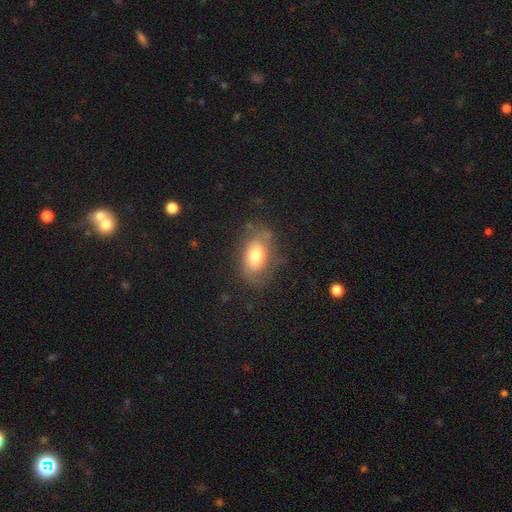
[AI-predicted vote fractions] A smooth galaxy with no disk features (60%) that is in between round and cigar-shaped (88%).

Vote fractions:
- Smooth or featured? smooth: 60% / featured or disk: 32% / star or artifact: 8%
- How rounded? in between: 88% / round: 10% / cigar-shaped: 2%
- Merging? none: 62% / minor disturbance: 24% / major disturbance: 12% / merger: 2%